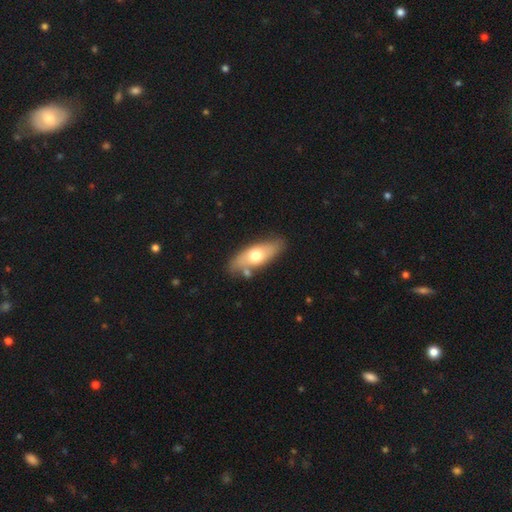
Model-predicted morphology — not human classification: Smooth or featured: smooth — 57% (featured or disk — 38%)
How rounded: in between — 69% (cigar-shaped — 27%)
Merging: none — 74% (minor disturbance — 15%)